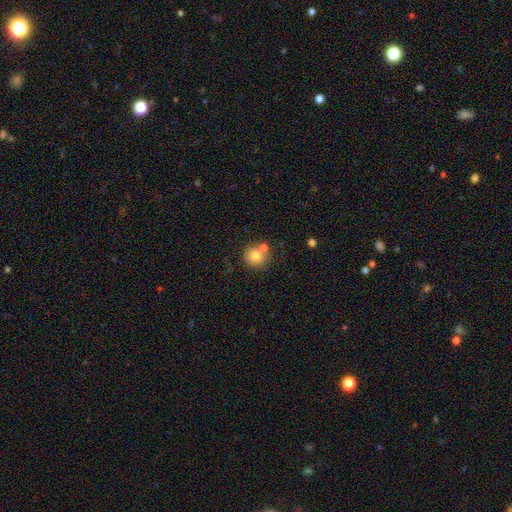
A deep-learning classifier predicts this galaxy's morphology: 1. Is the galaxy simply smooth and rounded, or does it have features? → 77% smooth, 12% featured or disk, 11% star or artifact.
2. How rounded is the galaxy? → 91% round, 8% in between, 1% cigar-shaped.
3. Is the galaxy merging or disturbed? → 64% none, 23% merger, 10% minor disturbance, 3% major disturbance.